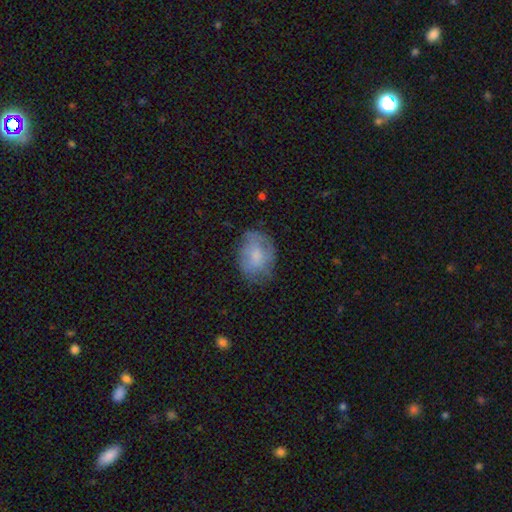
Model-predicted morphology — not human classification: This appears to be a smooth galaxy with no disk features (61%) that is in between round and cigar-shaped (68%). Merging: none (60%).